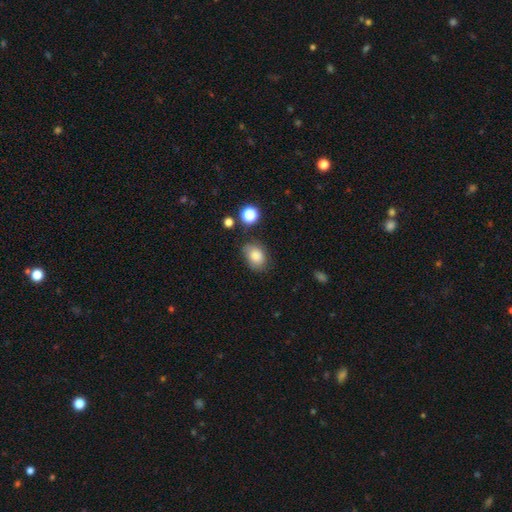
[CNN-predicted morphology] Overall: smooth (84%). How rounded: in between (71%). Merging: none (68%).